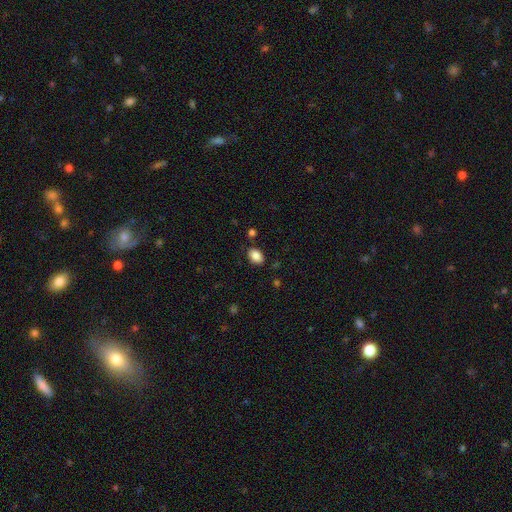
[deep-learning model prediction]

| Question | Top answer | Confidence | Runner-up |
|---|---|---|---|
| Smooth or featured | smooth | 87% | star or artifact (9%) |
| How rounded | in between | 77% | round (22%) |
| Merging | none | 83% | minor disturbance (12%) |